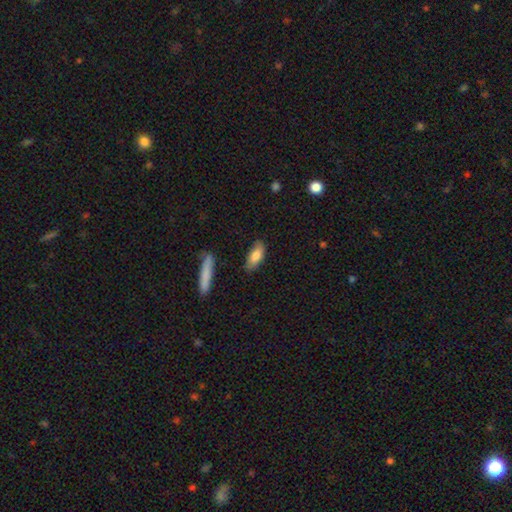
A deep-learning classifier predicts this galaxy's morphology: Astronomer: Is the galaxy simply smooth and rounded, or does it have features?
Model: smooth — 82%.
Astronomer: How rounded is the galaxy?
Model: in between — 75%.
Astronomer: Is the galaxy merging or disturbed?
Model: none — 76%.